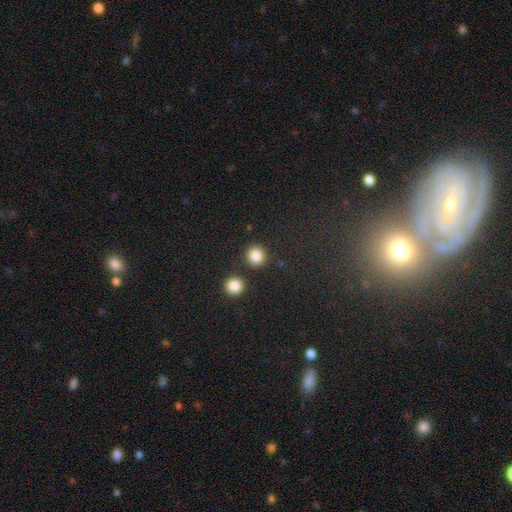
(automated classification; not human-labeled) Smooth or featured? Predicted: smooth (p=0.86). How rounded? Predicted: round (p=0.91). Merging? Predicted: none (p=0.84).